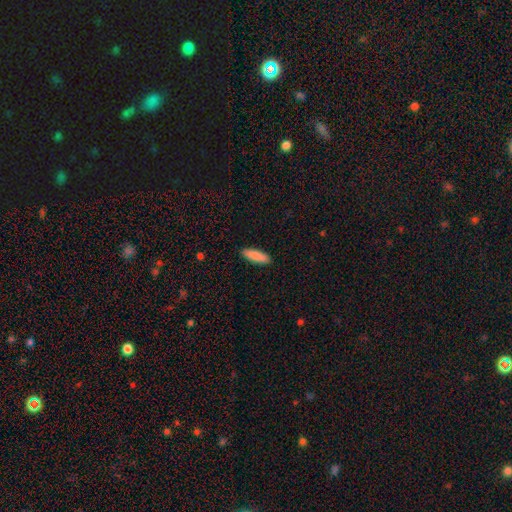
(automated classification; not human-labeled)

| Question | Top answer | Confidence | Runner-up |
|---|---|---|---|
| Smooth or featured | smooth | 88% | featured or disk (6%) |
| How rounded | cigar-shaped | 55% | in between (44%) |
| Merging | none | 90% | minor disturbance (7%) |